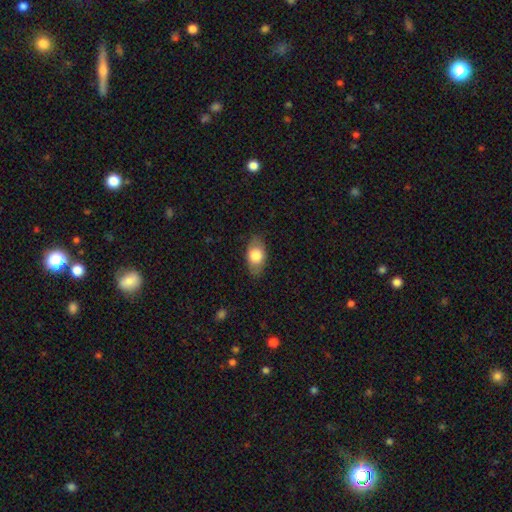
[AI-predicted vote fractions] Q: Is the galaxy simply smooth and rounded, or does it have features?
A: smooth — 75%.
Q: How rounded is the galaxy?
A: in between — 89%.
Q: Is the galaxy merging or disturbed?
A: none — 81%.